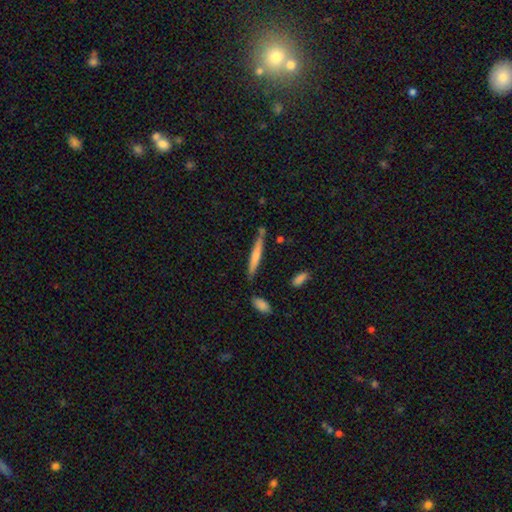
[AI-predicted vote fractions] smooth-or-featured: smooth: 58% | featured or disk: 36% | star or artifact: 6%
  how-rounded: cigar-shaped: 94% | in between: 5% | round: 1%
  merging: none: 76% | minor disturbance: 14% | merger: 6% | major disturbance: 3%